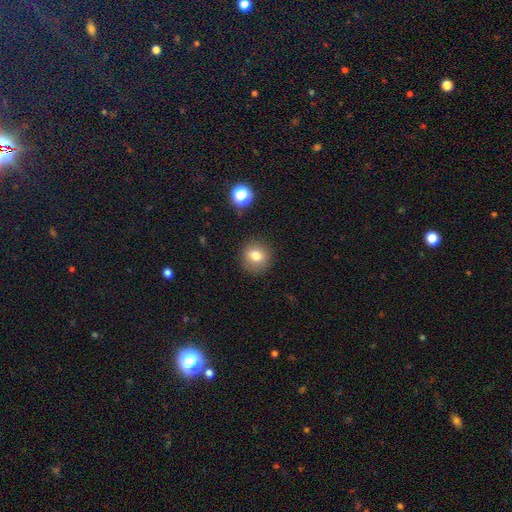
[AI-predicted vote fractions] The model was most divided on "smooth or featured": smooth: 78%, star or artifact: 12%, featured or disk: 10%. More confident: merging — none (88%); how rounded — round (84%).